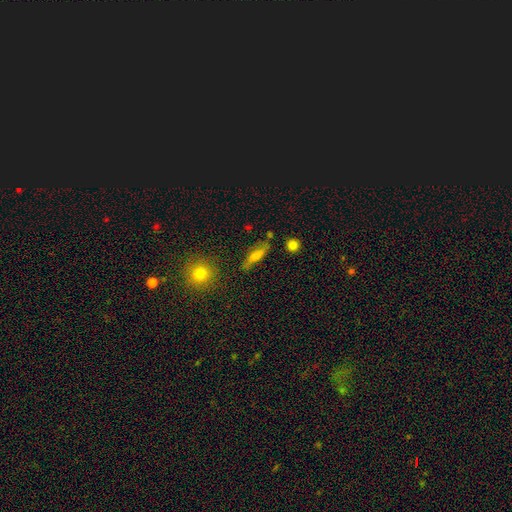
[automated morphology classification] featured or disk 43% (tied), smooth 43% (tied), star or artifact 15%. Down the decision tree: merging — none (76%).